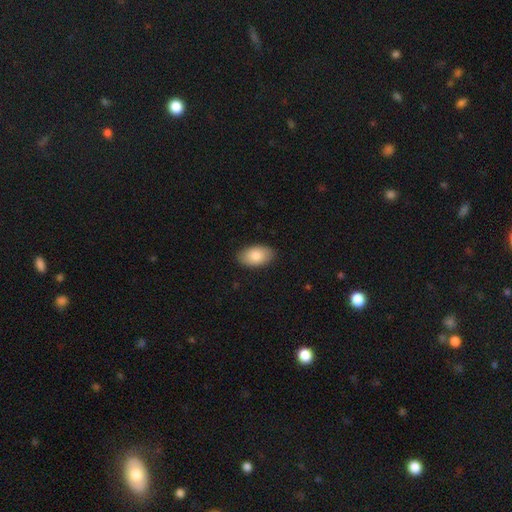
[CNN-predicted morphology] Smooth or featured: smooth — 85% (featured or disk — 9%)
How rounded: in between — 94% (round — 4%)
Merging: none — 87% (minor disturbance — 10%)